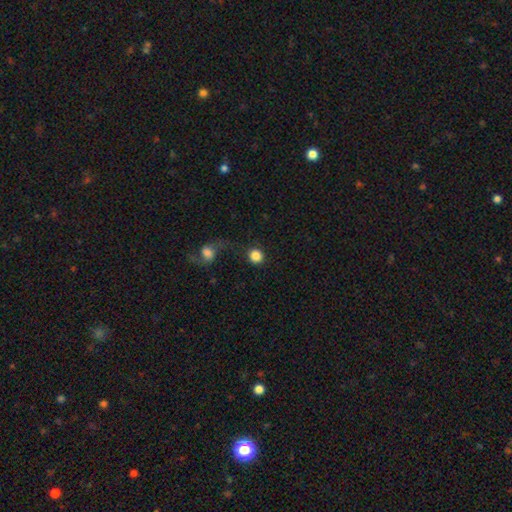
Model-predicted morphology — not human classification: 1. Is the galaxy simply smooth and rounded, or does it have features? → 86% smooth, 8% star or artifact, 6% featured or disk.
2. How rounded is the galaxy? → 92% round, 7% in between, 1% cigar-shaped.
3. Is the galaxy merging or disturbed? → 76% none, 9% merger, 9% minor disturbance, 6% major disturbance.